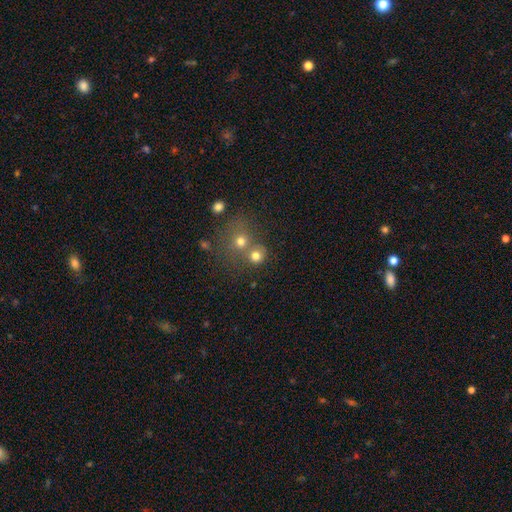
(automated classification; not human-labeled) This is likely a smooth galaxy (73%). How rounded: clearly round (85%). Merging: possibly none (52%).